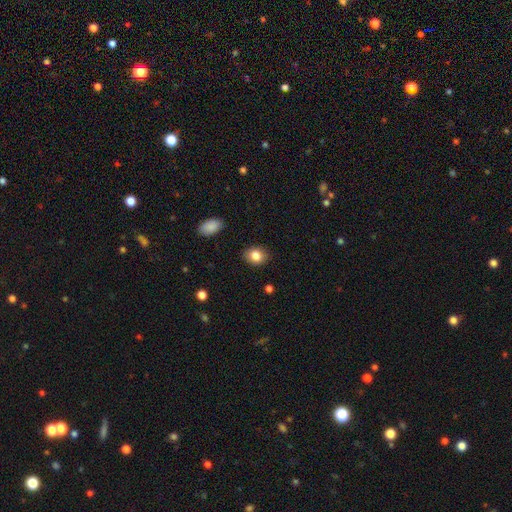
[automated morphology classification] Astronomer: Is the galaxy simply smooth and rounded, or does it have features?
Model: smooth — 84%.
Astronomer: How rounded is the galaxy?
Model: in between — 53% (runner-up: round, 46%).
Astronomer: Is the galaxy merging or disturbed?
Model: none — 86%.